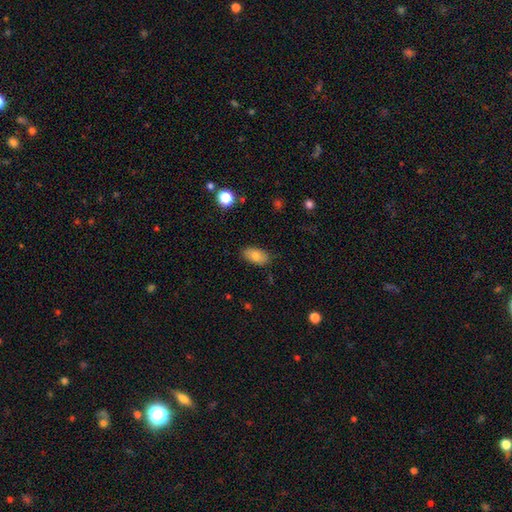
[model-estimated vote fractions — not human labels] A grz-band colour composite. It shows a smooth galaxy with no disk features (80%) that is in between round and cigar-shaped (92%). Merging: none (83%).